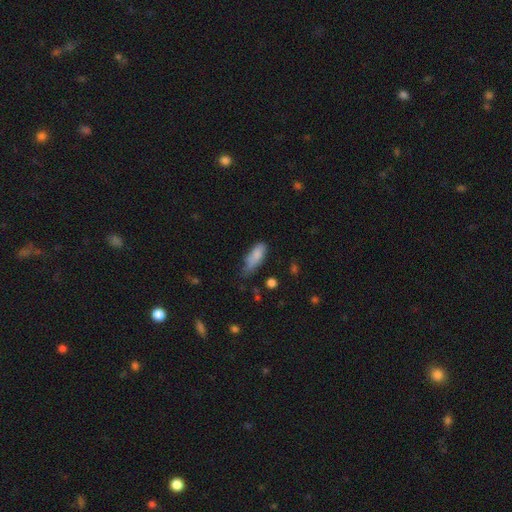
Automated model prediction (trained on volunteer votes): This appears to be a smooth galaxy with no disk features (81%) that is in between round and cigar-shaped (70%). Merging: minor disturbance (45%).